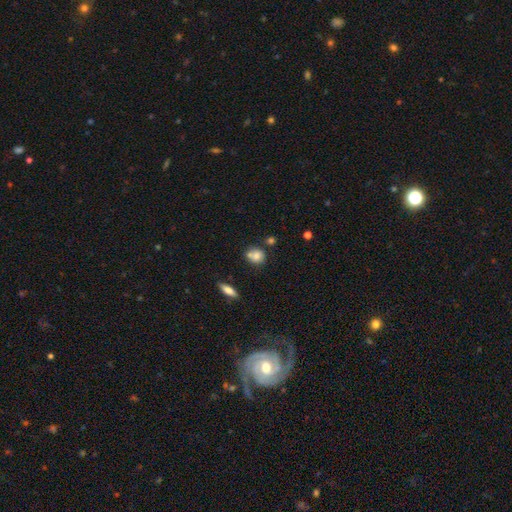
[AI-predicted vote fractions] Smooth or featured?
  - smooth: 76% *
  - featured or disk: 13%
  - star or artifact: 11%
How rounded?
  - round: 68% *
  - in between: 30%
  - cigar-shaped: 2%
Merging?
  - none: 49% *
  - merger: 30%
  - minor disturbance: 16%
  - major disturbance: 5%